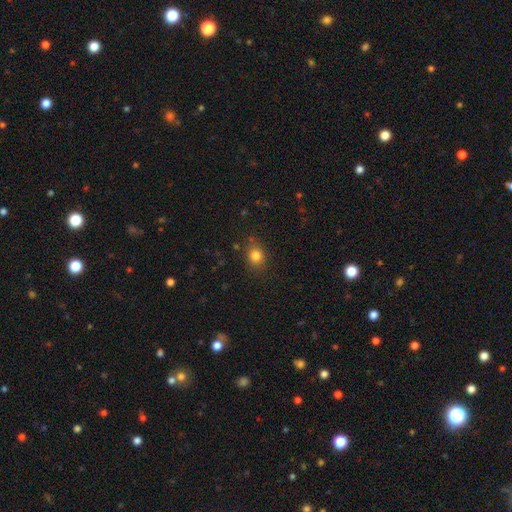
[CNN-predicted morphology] Smooth or featured? Predicted: smooth (p=0.82). How rounded? Predicted: round (p=0.56). Merging? Predicted: none (p=0.82).